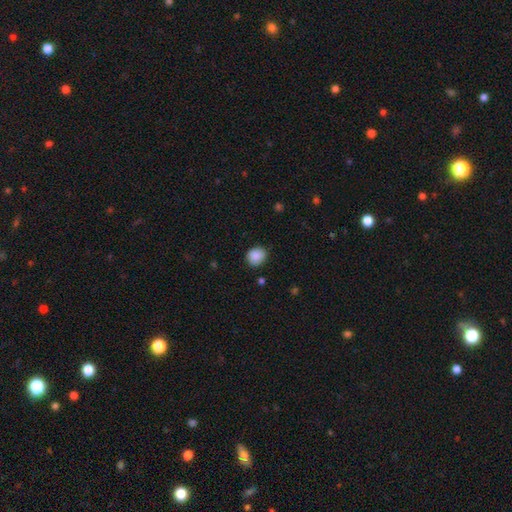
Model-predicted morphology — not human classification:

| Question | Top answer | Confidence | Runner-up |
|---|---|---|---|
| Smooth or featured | smooth | 88% | star or artifact (8%) |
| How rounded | round | 74% | in between (25%) |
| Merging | none | 83% | minor disturbance (13%) |